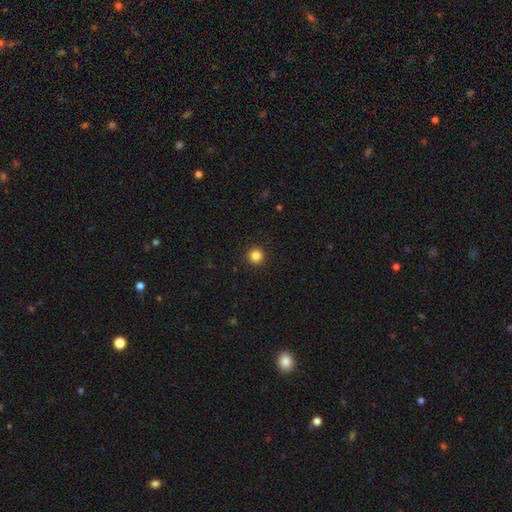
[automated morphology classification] A smooth galaxy with no disk features (85%) that is round (96%).

Vote fractions:
- Smooth or featured? smooth: 85% / star or artifact: 12% / featured or disk: 4%
- How rounded? round: 96% / in between: 3% / cigar-shaped: 1%
- Merging? none: 93% / minor disturbance: 4% / major disturbance: 2% / merger: 1%